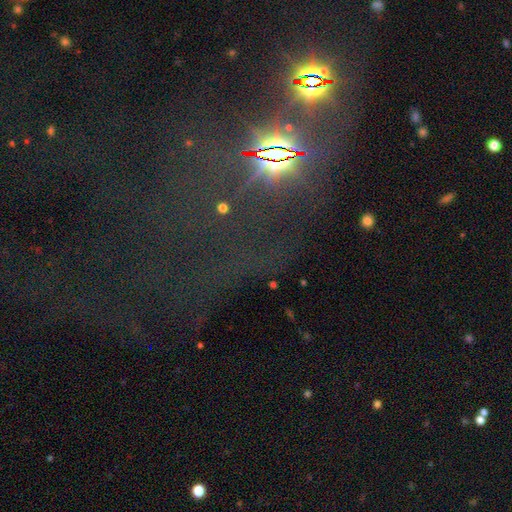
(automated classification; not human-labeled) A star or artifact, not a galaxy (74%).

Vote fractions:
- Smooth or featured? star or artifact: 74% / smooth: 13% / featured or disk: 12%